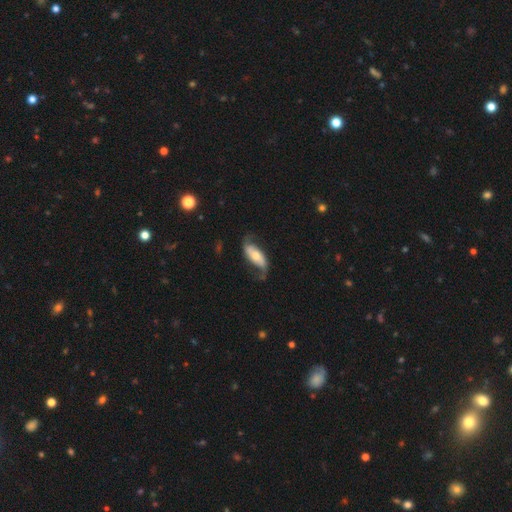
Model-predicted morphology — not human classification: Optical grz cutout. It shows a featured or disk galaxy (69%) with no bar (48%), 2 (89%) loose (69%) spiral arms (88%) and a moderate central bulge (55%). Merging: none (62%).